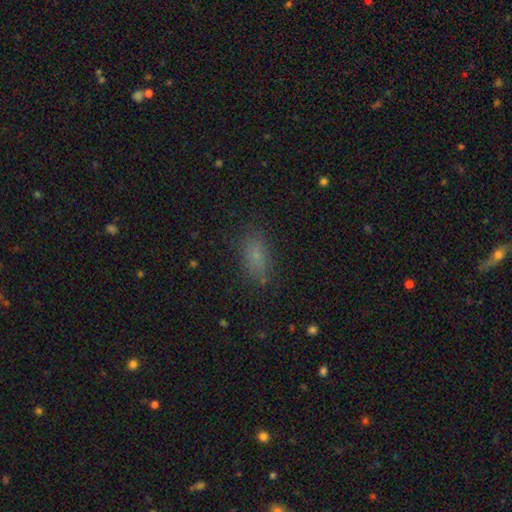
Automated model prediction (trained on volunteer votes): Morphology: type=smooth (73%); roundness=in between (83%); merging=none (78%).